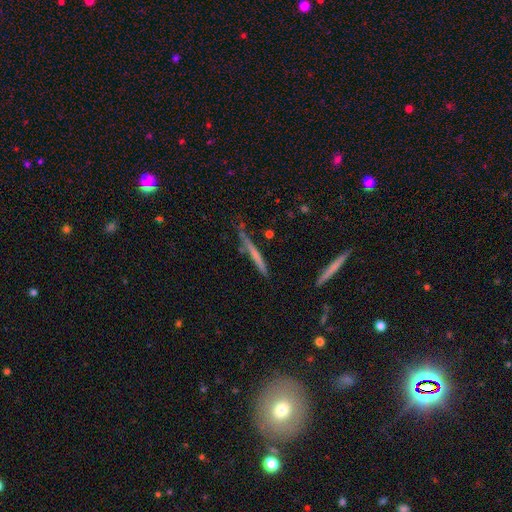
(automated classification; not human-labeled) smooth 52%, featured or disk 41%, star or artifact 7%. Down the decision tree: how rounded — cigar-shaped (96%); merging — none (68%).